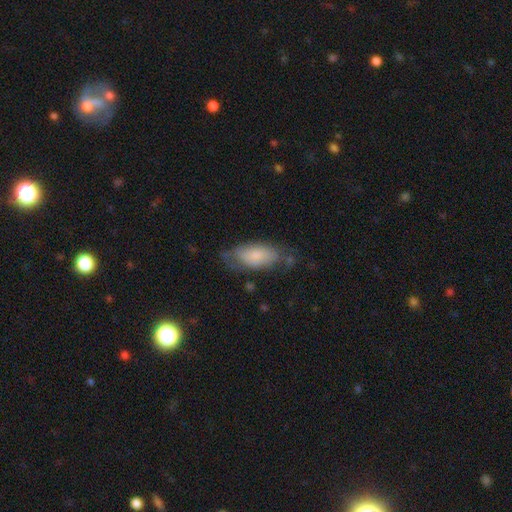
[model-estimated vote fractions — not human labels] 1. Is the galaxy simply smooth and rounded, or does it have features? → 71% smooth, 22% featured or disk, 7% star or artifact.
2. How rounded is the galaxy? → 86% in between, 11% cigar-shaped, 3% round.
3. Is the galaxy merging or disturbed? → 53% none, 31% minor disturbance, 13% major disturbance, 4% merger.